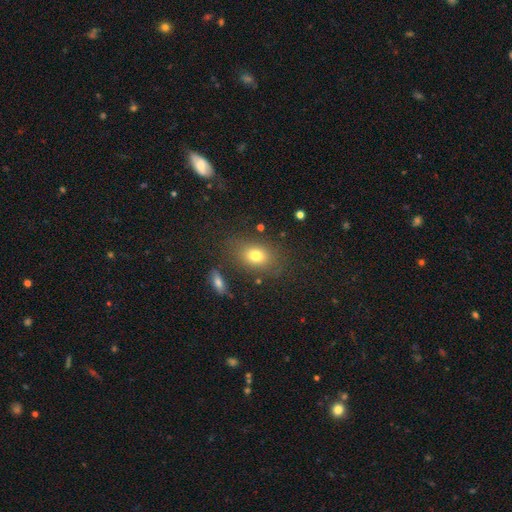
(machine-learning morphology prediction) Smooth or featured? Predicted: smooth (p=0.76). How rounded? Predicted: in between (p=0.69). Merging? Predicted: none (p=0.76).